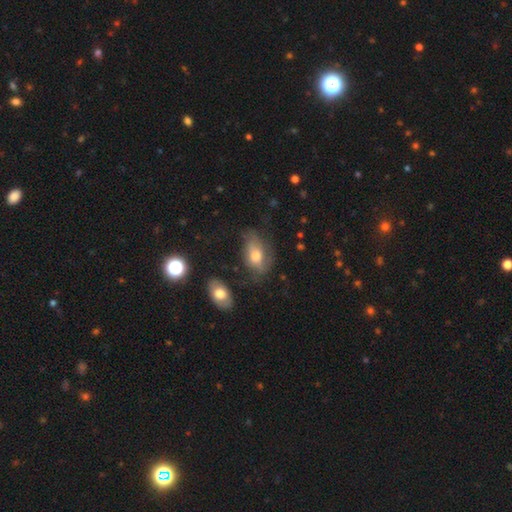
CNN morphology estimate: A smooth galaxy with no disk features (59%) that is in between round and cigar-shaped (87%).

Vote fractions:
- Smooth or featured? smooth: 59% / featured or disk: 31% / star or artifact: 10%
- How rounded? in between: 87% / round: 10% / cigar-shaped: 3%
- Merging? none: 49% / minor disturbance: 29% / major disturbance: 18% / merger: 4%